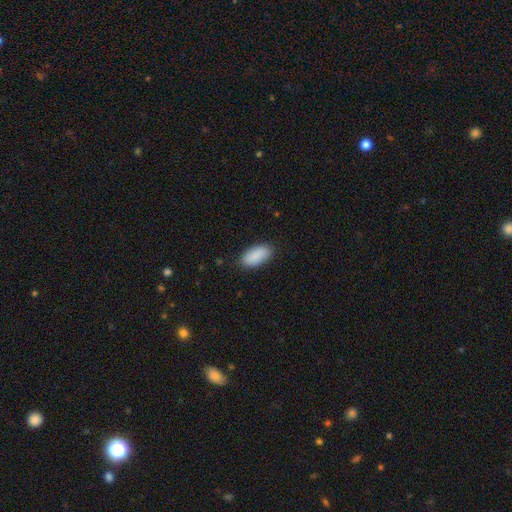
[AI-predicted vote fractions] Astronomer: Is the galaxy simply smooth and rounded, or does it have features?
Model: smooth — 90%.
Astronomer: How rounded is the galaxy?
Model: in between — 93%.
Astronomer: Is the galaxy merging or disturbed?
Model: none — 86%.